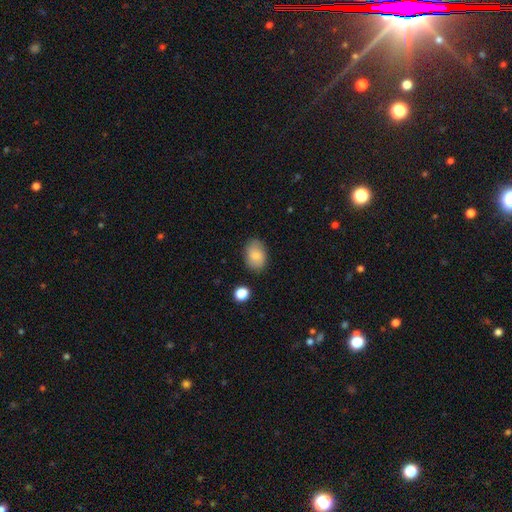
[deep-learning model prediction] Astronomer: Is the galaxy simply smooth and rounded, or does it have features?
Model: smooth — 80%.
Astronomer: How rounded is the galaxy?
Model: in between — 78%.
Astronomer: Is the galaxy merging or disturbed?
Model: none — 81%.